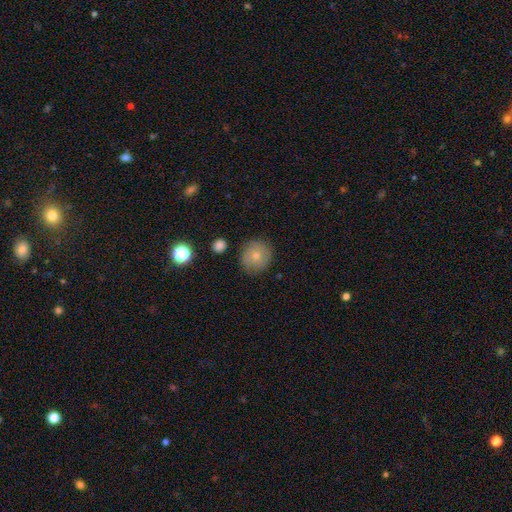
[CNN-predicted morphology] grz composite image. It shows a smooth galaxy with no disk features (73%) that is round (89%). Merging: none (81%).